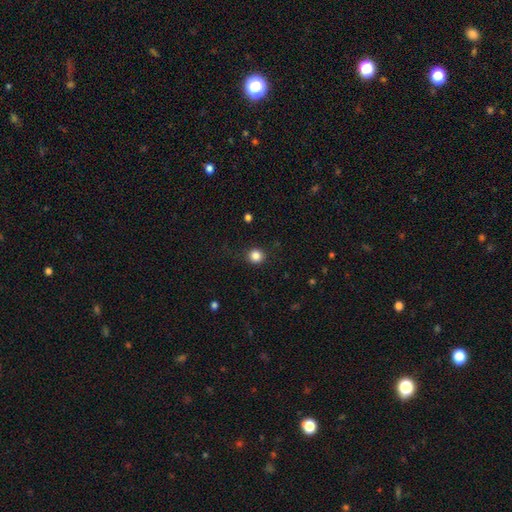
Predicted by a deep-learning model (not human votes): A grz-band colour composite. It shows a smooth galaxy with no disk features (85%) that is round (91%). Merging: none (89%).